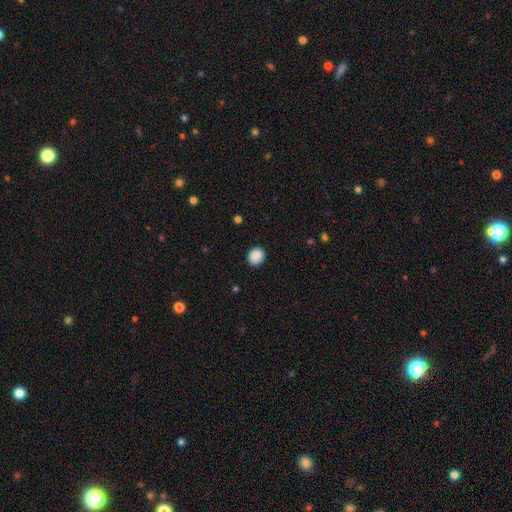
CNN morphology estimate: Q: Smooth or featured?
A: smooth (88%); runner-up: star or artifact (8%)
Q: How rounded?
A: round (69%); runner-up: in between (30%)
Q: Merging?
A: none (86%); runner-up: minor disturbance (11%)